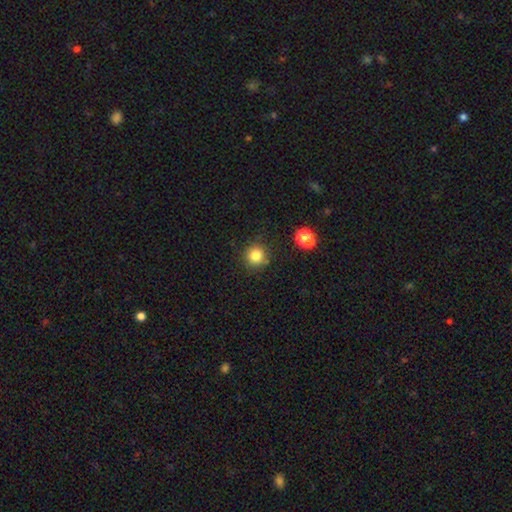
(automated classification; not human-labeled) This appears to be a smooth galaxy with no disk features (81%) that is round (92%). Merging: none (83%).